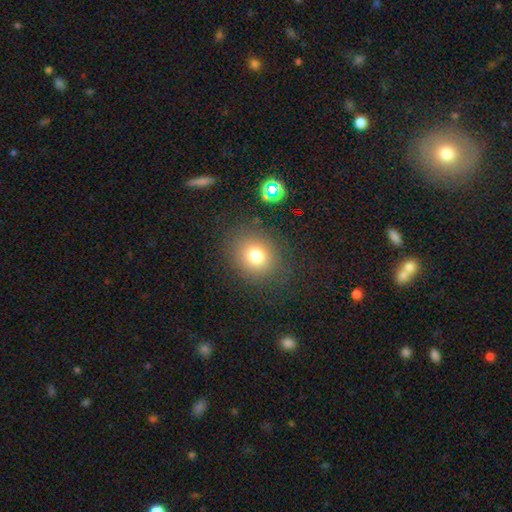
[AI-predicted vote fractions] smooth-or-featured: smooth: 77% | star or artifact: 14% | featured or disk: 9%
  how-rounded: round: 71% | in between: 28% | cigar-shaped: 1%
  merging: none: 83% | minor disturbance: 10% | major disturbance: 5% | merger: 2%